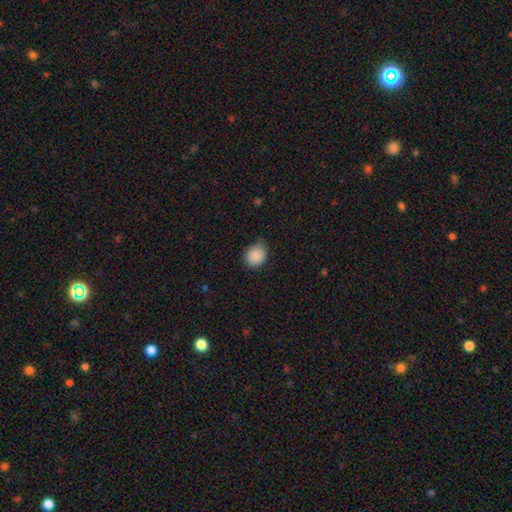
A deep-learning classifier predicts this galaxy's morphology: A smooth galaxy with no disk features (89%) that is round (60%). Merging: none (72%).